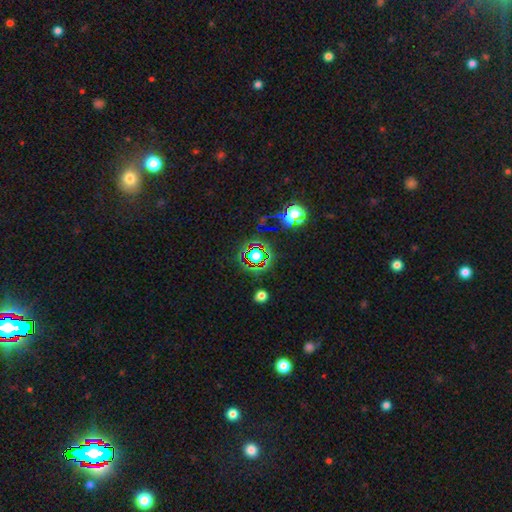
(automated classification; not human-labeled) star or artifact 62%, smooth 22%, featured or disk 15%.